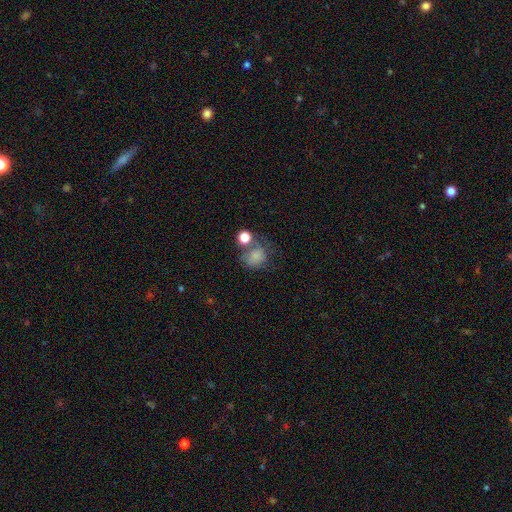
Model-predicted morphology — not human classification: Q: Smooth or featured?
A: smooth (74%); runner-up: featured or disk (14%)
Q: How rounded?
A: round (68%); runner-up: in between (31%)
Q: Merging?
A: none (39%); runner-up: merger (25%)